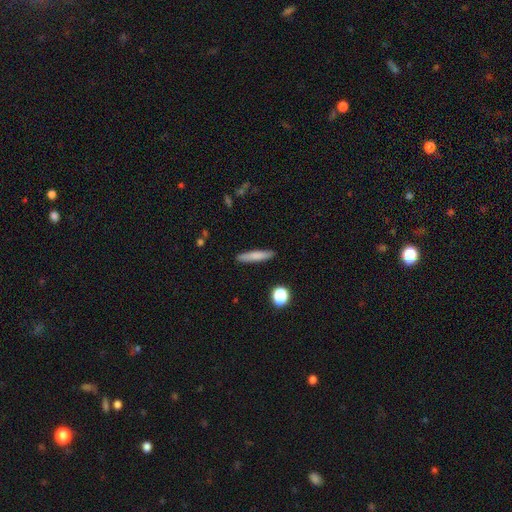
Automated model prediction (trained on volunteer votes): A smooth galaxy with no disk features (75%) that is cigar-shaped (90%). Merging: none (89%).